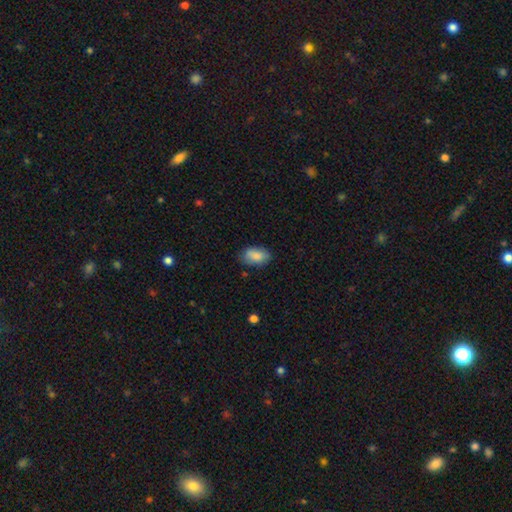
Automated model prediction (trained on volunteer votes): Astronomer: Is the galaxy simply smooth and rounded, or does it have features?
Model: smooth — 84%.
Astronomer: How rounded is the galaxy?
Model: in between — 92%.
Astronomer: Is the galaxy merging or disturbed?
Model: none — 75%.